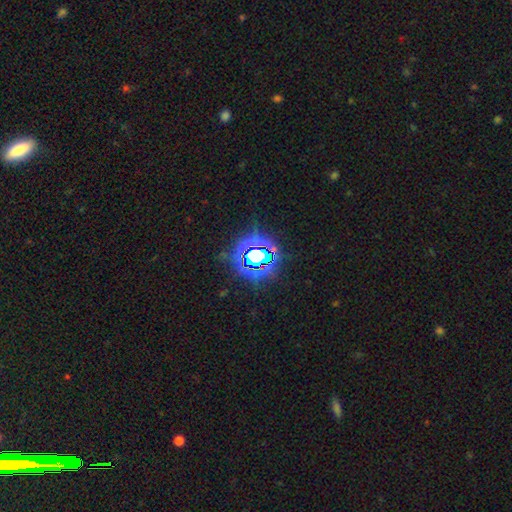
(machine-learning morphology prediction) Smooth or featured?
  - star or artifact: 76% *
  - smooth: 14%
  - featured or disk: 10%